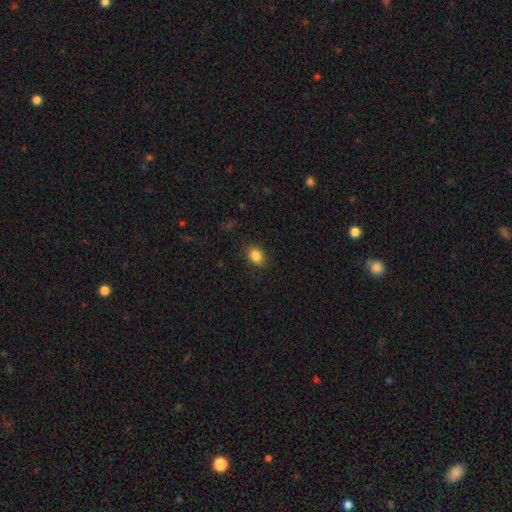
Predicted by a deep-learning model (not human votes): The model was most divided on "how rounded": in between: 66%, round: 33%, cigar-shaped: 1%. More confident: merging — none (87%); smooth or featured — smooth (86%).